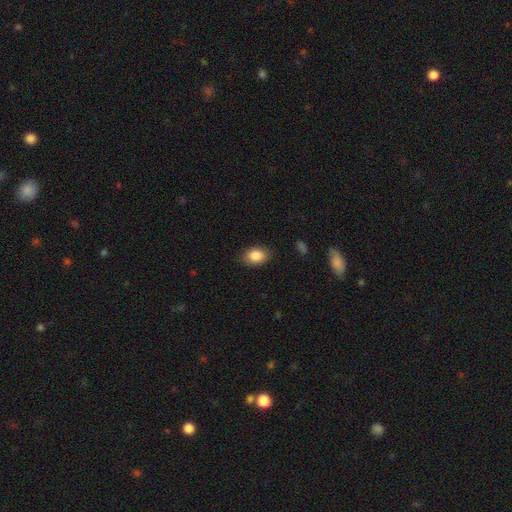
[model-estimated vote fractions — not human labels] Smooth or featured? Predicted: smooth (p=0.85). How rounded? Predicted: in between (p=0.79). Merging? Predicted: none (p=0.85).